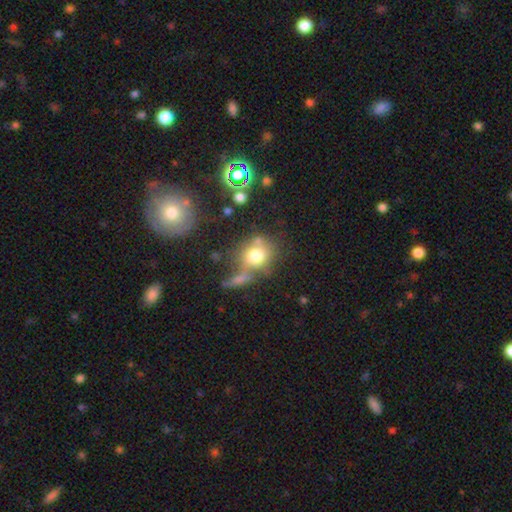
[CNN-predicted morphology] This is likely a smooth galaxy (73%). How rounded: likely round (74%). Merging: possibly none (49%).